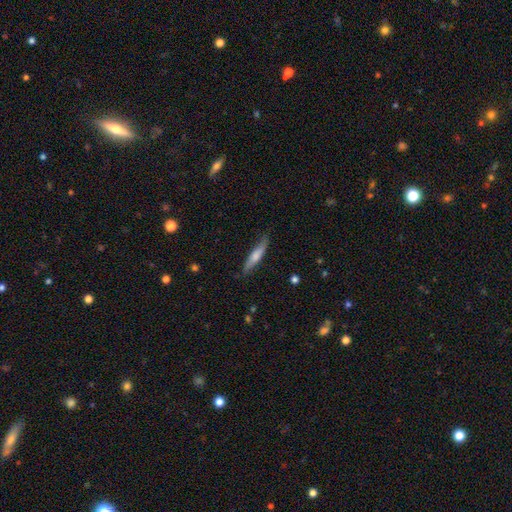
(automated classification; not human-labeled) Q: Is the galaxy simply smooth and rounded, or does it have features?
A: smooth — 61%.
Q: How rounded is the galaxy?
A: cigar-shaped — 86%.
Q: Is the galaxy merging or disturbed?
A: none — 78%.